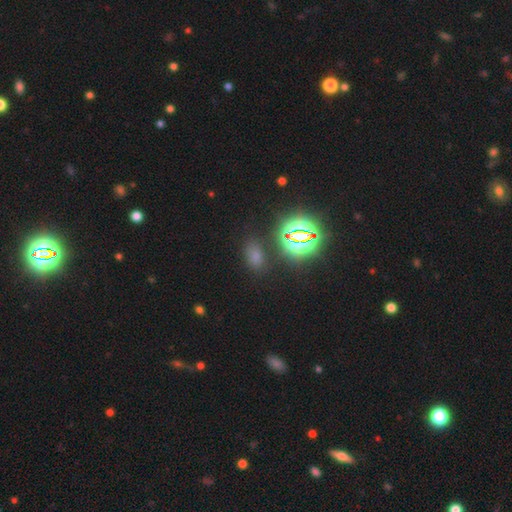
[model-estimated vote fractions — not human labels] Morphology: type=smooth (55%); roundness=in between (84%); merging=none (74%).